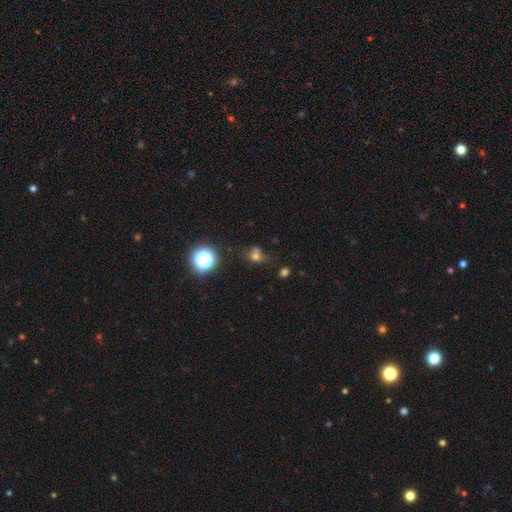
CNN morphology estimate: type=smooth (60%); roundness=round (65%); merging=none (49%).